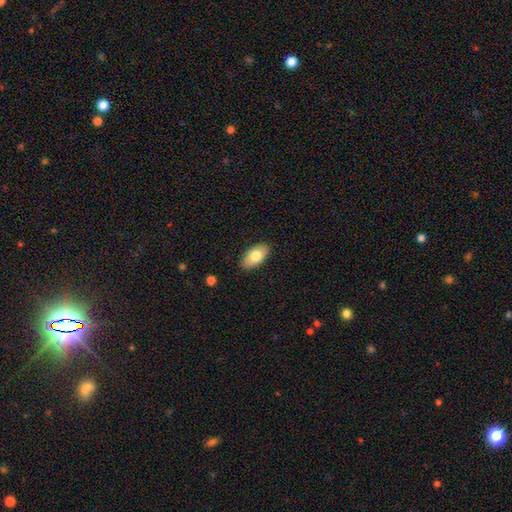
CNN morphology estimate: The model was most divided on "smooth or featured": smooth: 76%, featured or disk: 17%, star or artifact: 7%. More confident: how rounded — in between (93%); merging — none (87%).